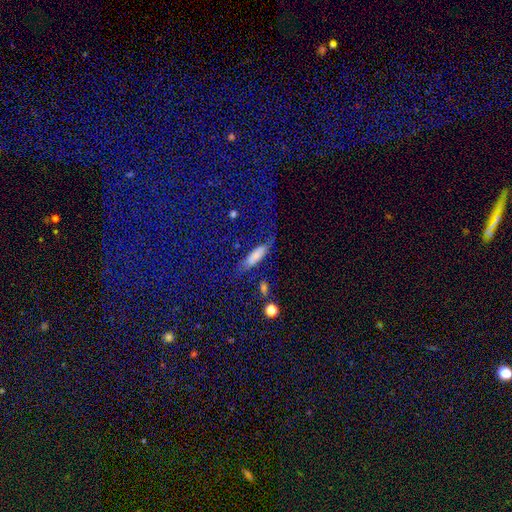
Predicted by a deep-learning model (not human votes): This is likely a smooth galaxy (69%). How rounded: possibly cigar-shaped (57%). Merging: possibly none (57%).